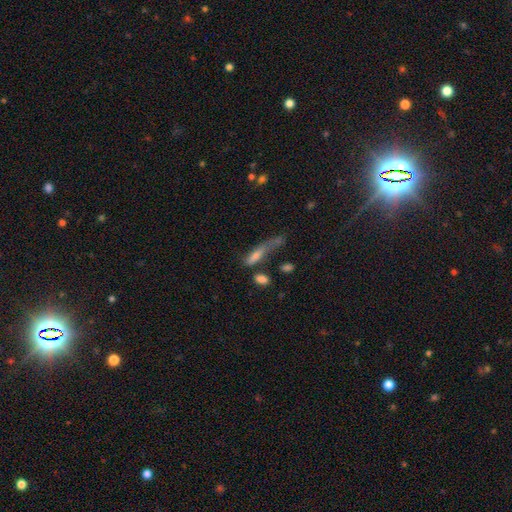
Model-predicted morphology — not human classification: smooth 62%, featured or disk 25%, star or artifact 13%. Down the decision tree: how rounded — cigar-shaped (65%); merging — none (31%).